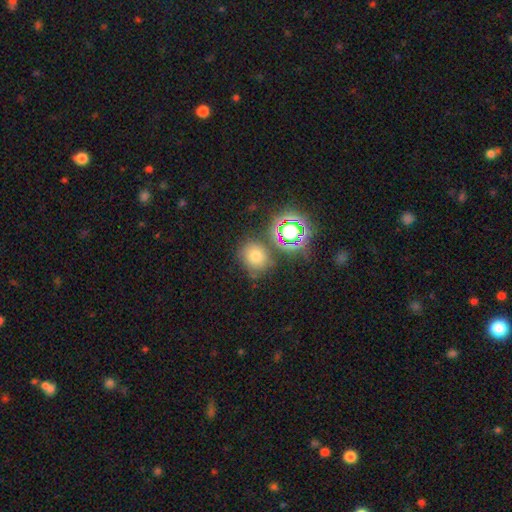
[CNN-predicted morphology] type=smooth (65%); roundness=round (75%); merging=none (70%).